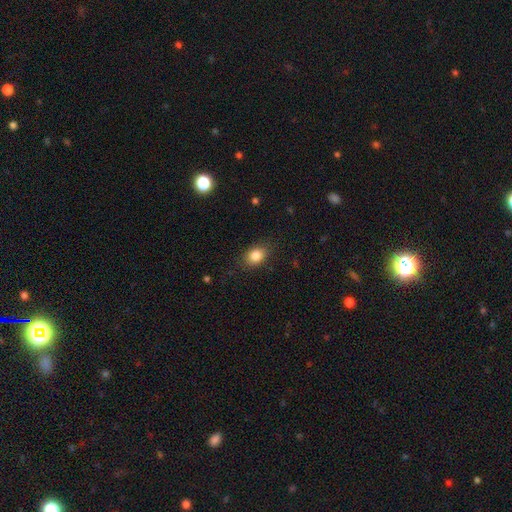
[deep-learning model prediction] Smooth or featured? smooth (85%)
How rounded? in between (72%)
Merging? none (84%)